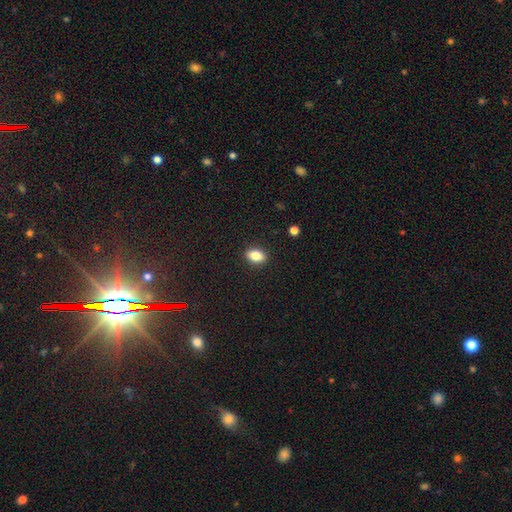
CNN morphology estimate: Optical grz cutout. It shows a smooth galaxy with no disk features (84%) that is in between round and cigar-shaped (84%). Merging: none (89%).